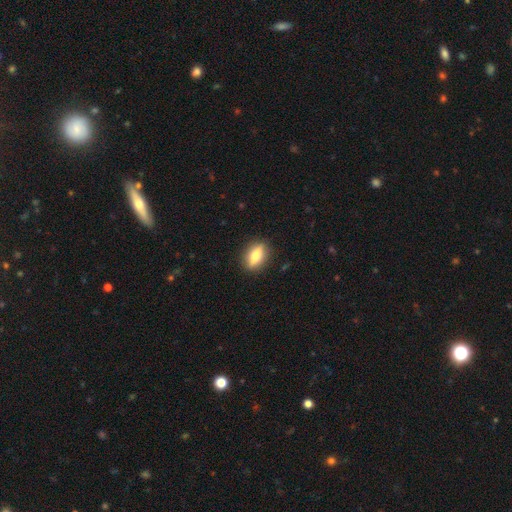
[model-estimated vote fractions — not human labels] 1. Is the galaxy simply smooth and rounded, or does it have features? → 60% smooth, 32% featured or disk, 8% star or artifact.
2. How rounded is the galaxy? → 64% in between, 26% cigar-shaped, 10% round.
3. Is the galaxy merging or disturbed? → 87% none, 9% minor disturbance, 3% major disturbance, 1% merger.